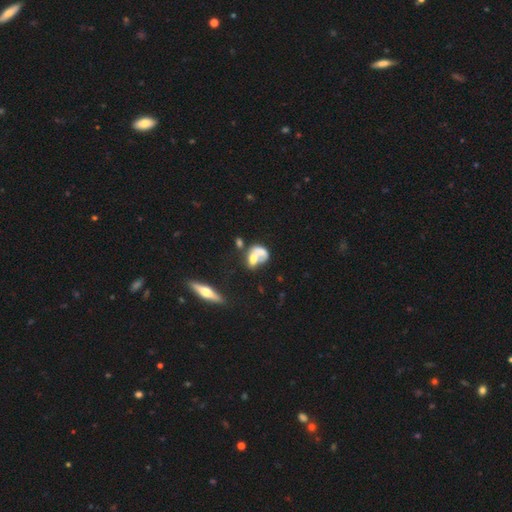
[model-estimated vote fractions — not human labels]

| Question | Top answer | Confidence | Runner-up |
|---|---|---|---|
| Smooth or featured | featured or disk | 48% | smooth (43%) |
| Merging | merger | 46% | none (24%) |